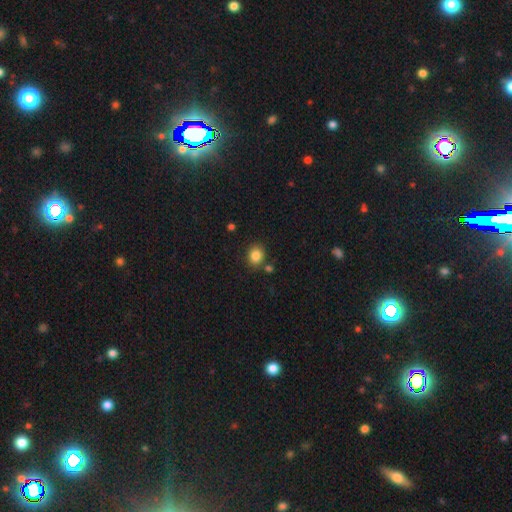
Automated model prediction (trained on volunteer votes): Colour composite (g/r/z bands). It shows a smooth galaxy with no disk features (85%) that is round (64%). Merging: none (80%).